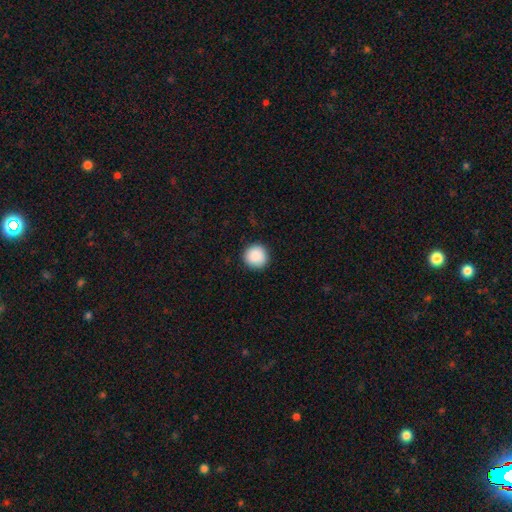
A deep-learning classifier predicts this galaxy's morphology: A smooth galaxy with no disk features (89%) that is round (95%).

Vote fractions:
- Smooth or featured? smooth: 89% / star or artifact: 8% / featured or disk: 3%
- How rounded? round: 95% / in between: 4% / cigar-shaped: 1%
- Merging? none: 92% / minor disturbance: 6% / major disturbance: 2% / merger: 1%